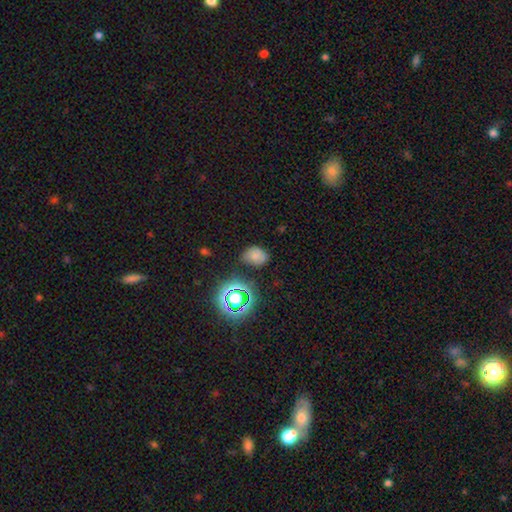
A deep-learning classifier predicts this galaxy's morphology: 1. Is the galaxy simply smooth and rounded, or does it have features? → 69% smooth, 23% star or artifact, 8% featured or disk.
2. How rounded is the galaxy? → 71% in between, 28% round, 1% cigar-shaped.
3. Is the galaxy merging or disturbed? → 66% none, 24% minor disturbance, 6% major disturbance, 4% merger.